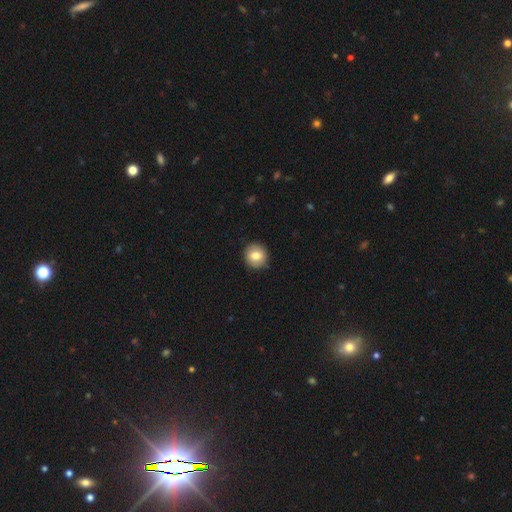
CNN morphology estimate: The model was most divided on "smooth or featured": smooth: 80%, featured or disk: 12%, star or artifact: 8%. More confident: merging — none (89%); how rounded — round (89%).